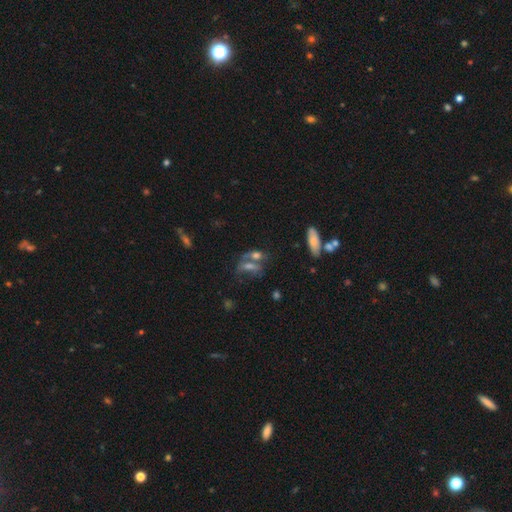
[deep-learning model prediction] The model was most divided on "smooth or featured": featured or disk: 39%, smooth: 32%, star or artifact: 29%. More confident: merging — none (51%).